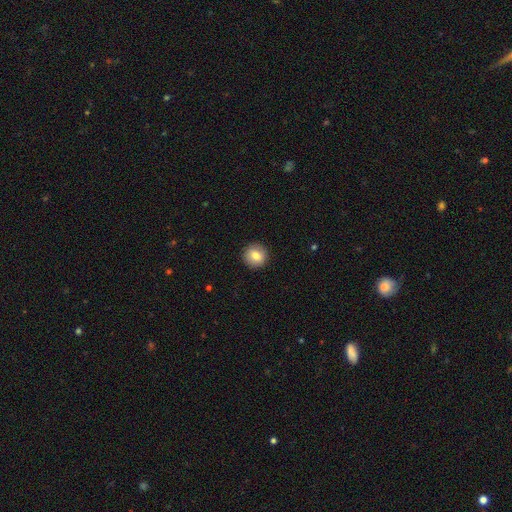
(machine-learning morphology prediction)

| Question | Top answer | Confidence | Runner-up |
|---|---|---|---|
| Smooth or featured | smooth | 80% | featured or disk (11%) |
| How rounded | round | 94% | in between (5%) |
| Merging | none | 92% | minor disturbance (5%) |